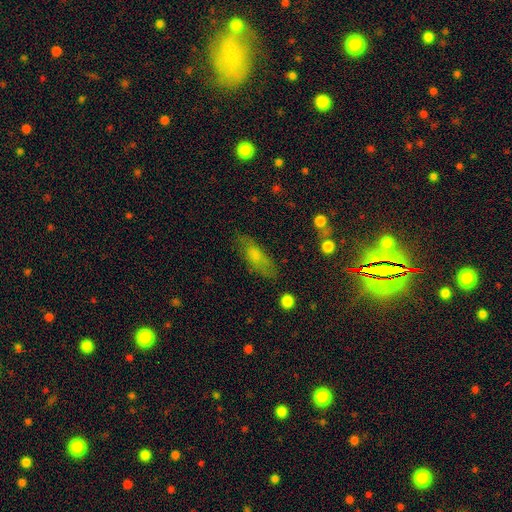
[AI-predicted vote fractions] A smooth galaxy with no disk features (66%) that is in between round and cigar-shaped (63%).

Vote fractions:
- Smooth or featured? smooth: 66% / featured or disk: 23% / star or artifact: 11%
- How rounded? in between: 63% / cigar-shaped: 33% / round: 4%
- Merging? none: 66% / minor disturbance: 22% / major disturbance: 9% / merger: 3%